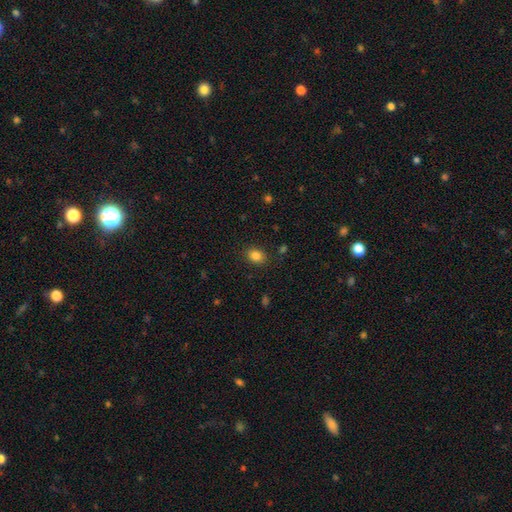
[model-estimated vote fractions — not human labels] Q: Smooth or featured?
A: smooth (84%); runner-up: star or artifact (11%)
Q: How rounded?
A: in between (60%); runner-up: round (39%)
Q: Merging?
A: none (86%); runner-up: minor disturbance (9%)